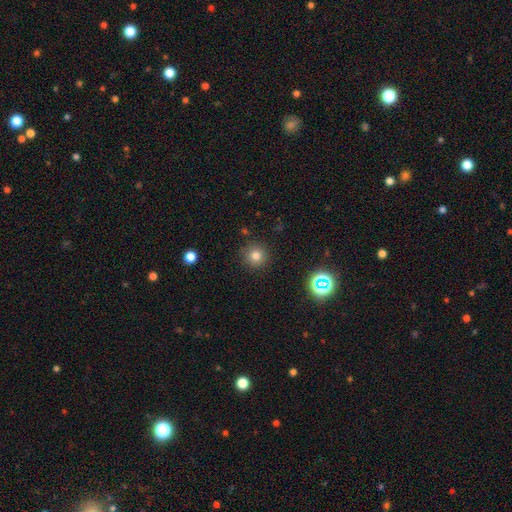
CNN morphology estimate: A smooth galaxy with no disk features (77%) that is round (94%). Merging: none (89%).